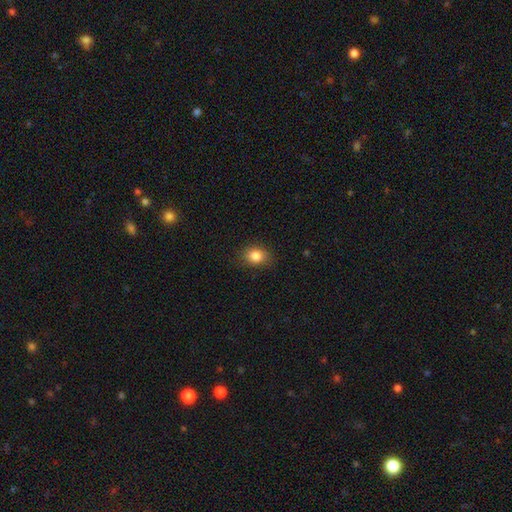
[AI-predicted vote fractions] A smooth galaxy with no disk features (84%) that is round (50%). Merging: none (84%).